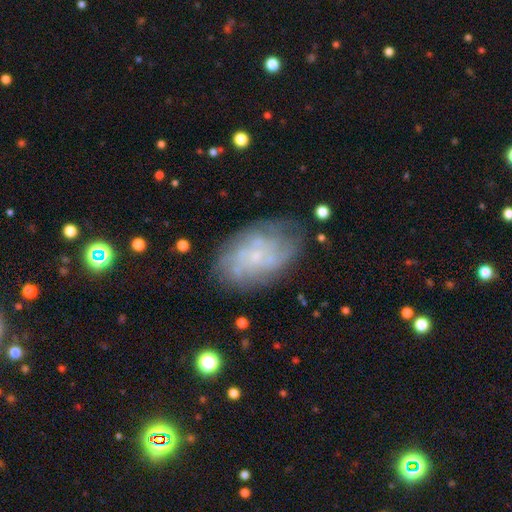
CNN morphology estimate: Q: Smooth or featured?
A: featured or disk (65%); runner-up: smooth (26%)
Q: Edge-on disk?
A: no (96%); runner-up: yes (4%)
Q: Bar?
A: no (80%); runner-up: weak (18%)
Q: Spiral arms?
A: yes (74%); runner-up: no (26%)
Q: Bulge size?
A: small (76%); runner-up: moderate (11%)
Q: Merging?
A: none (68%); runner-up: minor disturbance (20%)